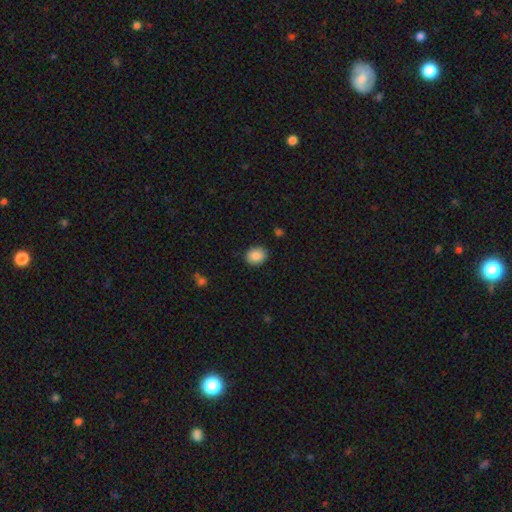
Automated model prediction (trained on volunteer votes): Smooth or featured: smooth — 87% (star or artifact — 8%)
How rounded: round — 61% (in between — 38%)
Merging: none — 88% (minor disturbance — 9%)